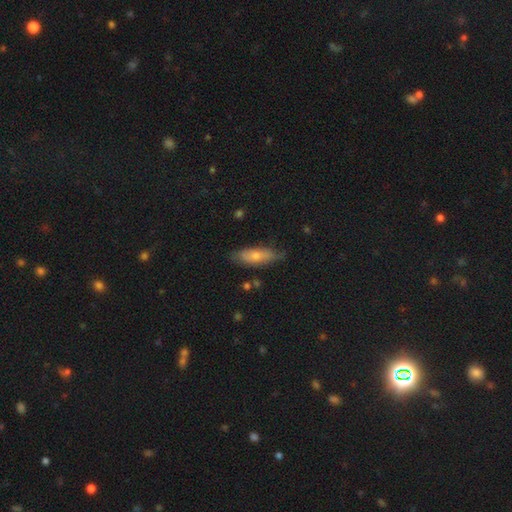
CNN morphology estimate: smooth-or-featured: smooth: 67% | featured or disk: 27% | star or artifact: 6%
  how-rounded: in between: 58% | cigar-shaped: 40% | round: 2%
  merging: none: 70% | minor disturbance: 24% | major disturbance: 4% | merger: 2%